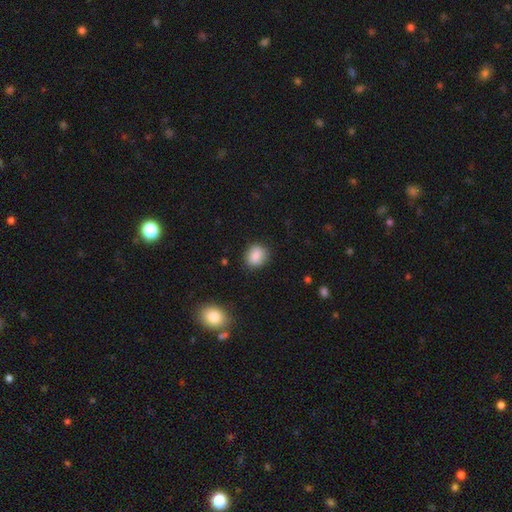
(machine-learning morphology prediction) A smooth galaxy with no disk features (86%) that is round (63%). Merging: none (84%).